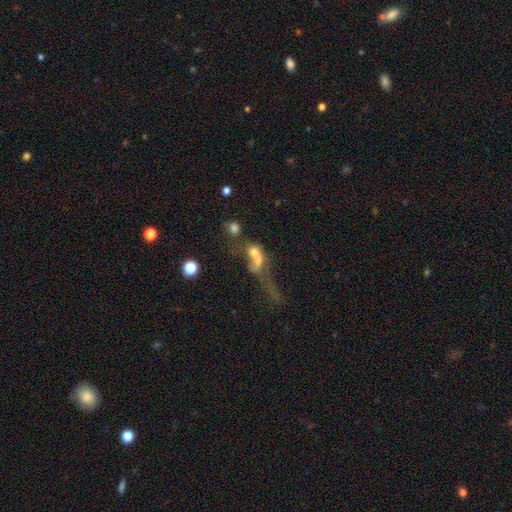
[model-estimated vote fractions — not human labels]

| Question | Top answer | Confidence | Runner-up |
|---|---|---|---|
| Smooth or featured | smooth | 52% | featured or disk (32%) |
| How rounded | in between | 59% | round (32%) |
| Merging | merger | 62% | major disturbance (22%) |